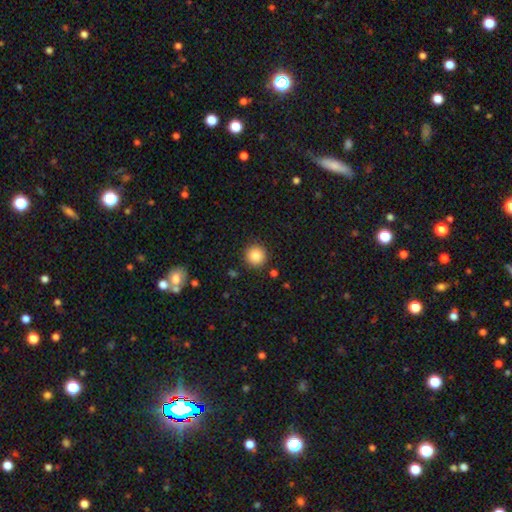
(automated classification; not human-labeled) Smooth or featured? smooth (86%)
How rounded? round (95%)
Merging? none (90%)